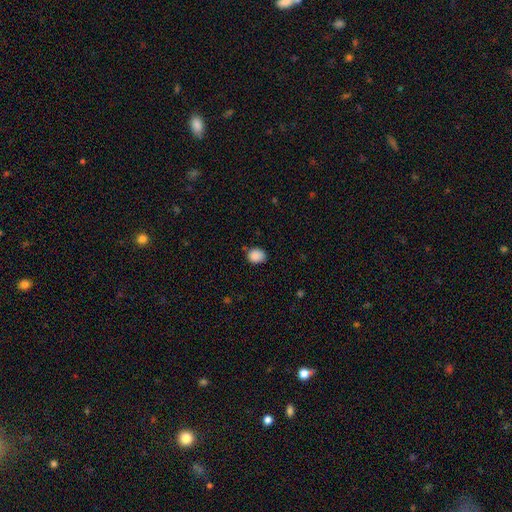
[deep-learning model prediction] Smooth or featured?
  - smooth: 88% *
  - star or artifact: 9%
  - featured or disk: 3%
How rounded?
  - round: 56% *
  - in between: 44%
  - cigar-shaped: 1%
Merging?
  - none: 76% *
  - minor disturbance: 18%
  - major disturbance: 4%
  - merger: 3%